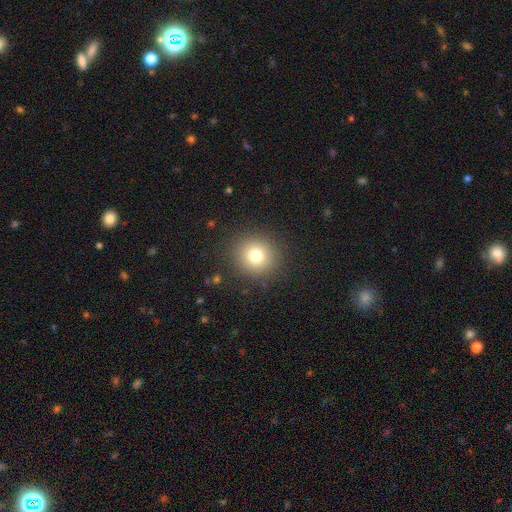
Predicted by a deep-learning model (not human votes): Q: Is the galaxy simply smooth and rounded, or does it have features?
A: smooth — 77%.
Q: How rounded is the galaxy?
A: round — 92%.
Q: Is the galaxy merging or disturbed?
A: none — 89%.